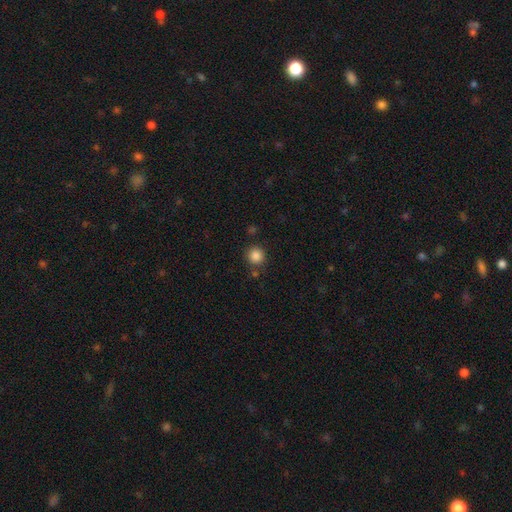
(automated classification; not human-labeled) Morphology: type=smooth (86%); roundness=round (94%); merging=none (84%).